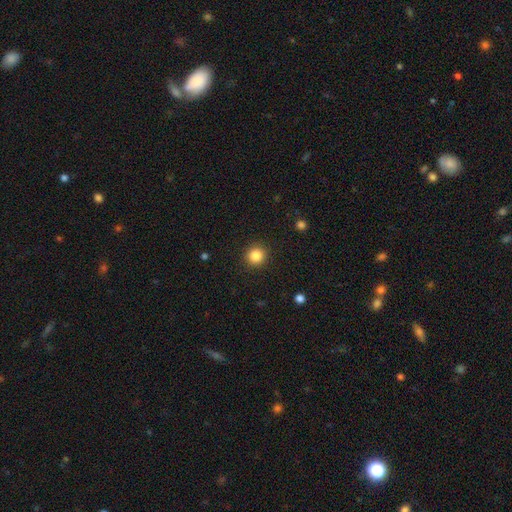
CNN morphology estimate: Smooth or featured? Predicted: smooth (p=0.85). How rounded? Predicted: round (p=0.92). Merging? Predicted: none (p=0.92).